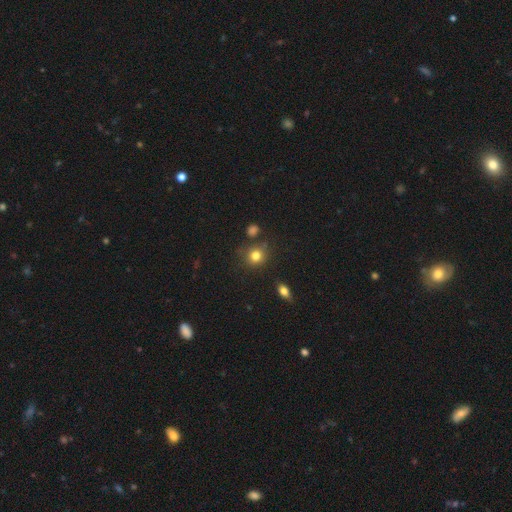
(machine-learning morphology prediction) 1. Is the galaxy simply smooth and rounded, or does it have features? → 80% smooth, 13% star or artifact, 7% featured or disk.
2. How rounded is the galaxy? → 85% round, 14% in between, 1% cigar-shaped.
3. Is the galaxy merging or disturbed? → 78% none, 13% minor disturbance, 6% merger, 4% major disturbance.